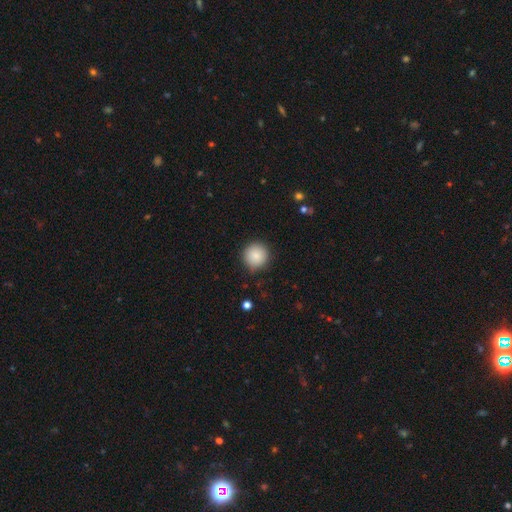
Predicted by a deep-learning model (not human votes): Q: Smooth or featured?
A: smooth (87%); runner-up: star or artifact (8%)
Q: How rounded?
A: round (94%); runner-up: in between (5%)
Q: Merging?
A: none (88%); runner-up: minor disturbance (8%)